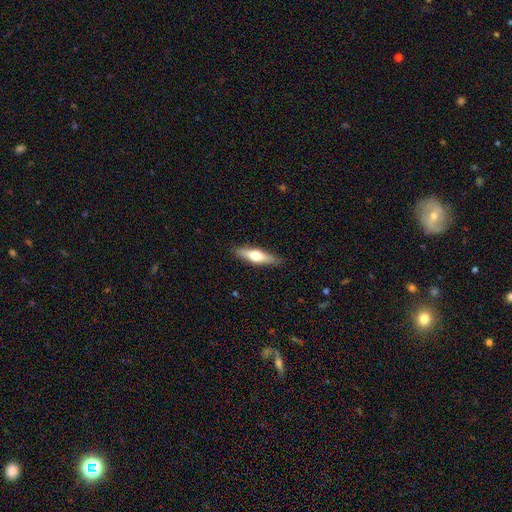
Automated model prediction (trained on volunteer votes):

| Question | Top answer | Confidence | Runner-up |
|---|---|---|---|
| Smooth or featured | featured or disk | 48% | smooth (46%) |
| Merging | none | 88% | minor disturbance (9%) |